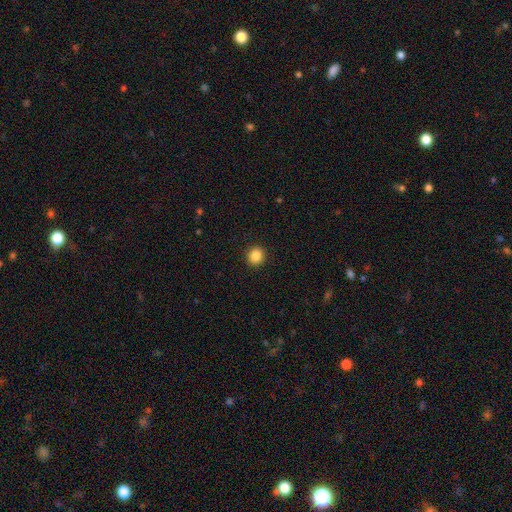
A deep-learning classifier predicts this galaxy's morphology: A smooth galaxy with no disk features (86%) that is round (91%). Merging: none (93%).